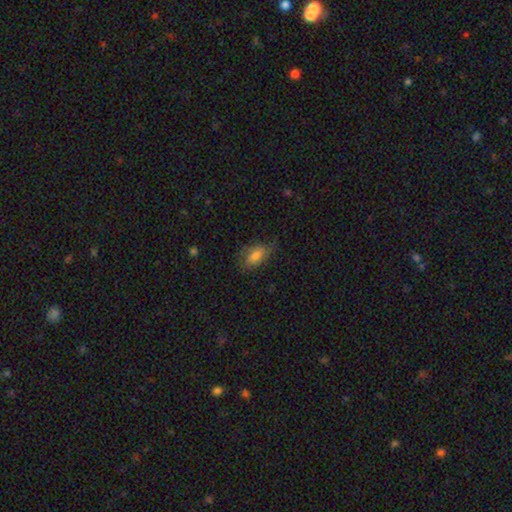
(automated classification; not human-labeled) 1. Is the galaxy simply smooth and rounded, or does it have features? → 72% smooth, 21% featured or disk, 8% star or artifact.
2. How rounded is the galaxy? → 89% in between, 7% round, 4% cigar-shaped.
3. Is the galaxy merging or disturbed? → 62% none, 26% minor disturbance, 11% major disturbance, 1% merger.